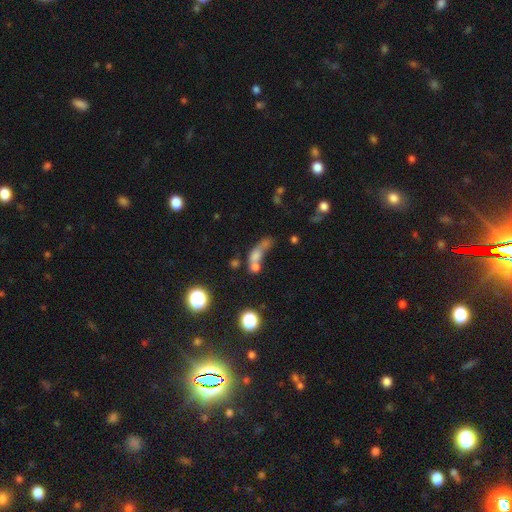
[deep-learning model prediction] smooth_or_featured: smooth (p=0.54) [alt: featured or disk p=0.24]
how_rounded: in between (p=0.46) [alt: round p=0.34]
merging: merger (p=0.47) [alt: none p=0.23]